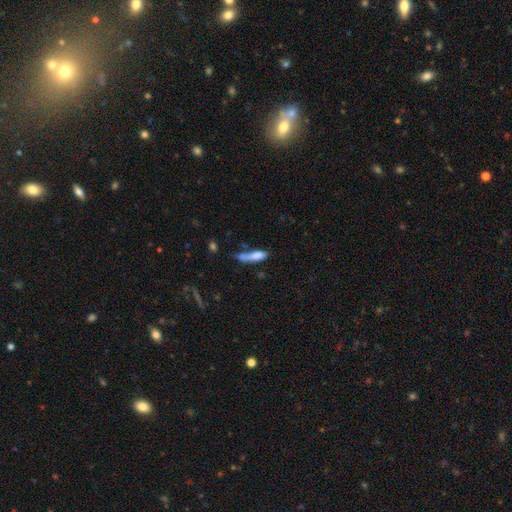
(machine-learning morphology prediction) A smooth galaxy with no disk features (73%) that is cigar-shaped (68%). Merging: none (34%).